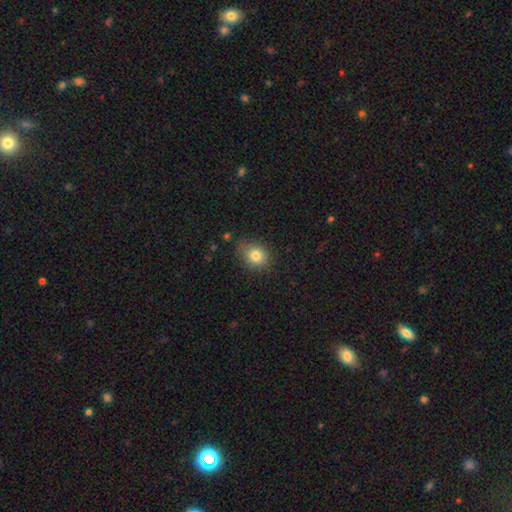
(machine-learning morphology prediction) smooth 81%, star or artifact 11%, featured or disk 8%. Down the decision tree: how rounded — round (55%); merging — none (73%).